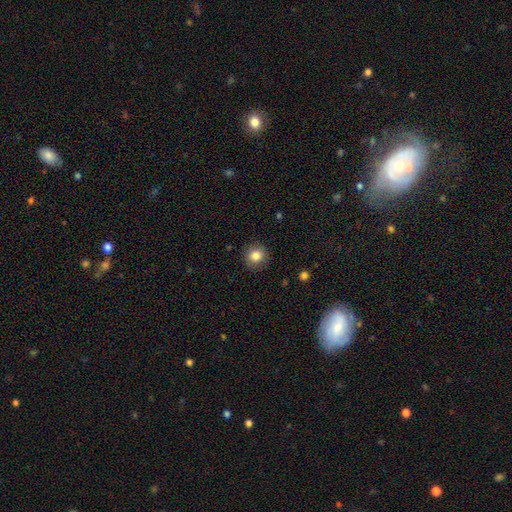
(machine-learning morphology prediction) smooth_or_featured: smooth (p=0.83) [alt: star or artifact p=0.10]
how_rounded: round (p=0.89) [alt: in between p=0.10]
merging: none (p=0.87) [alt: minor disturbance p=0.09]